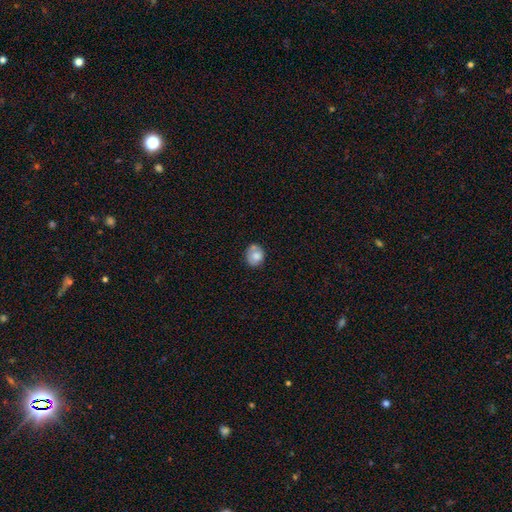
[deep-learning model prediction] Overall: smooth (75%). How rounded: round (62%; in between 37%). Merging: none (60%; minor disturbance 24%).